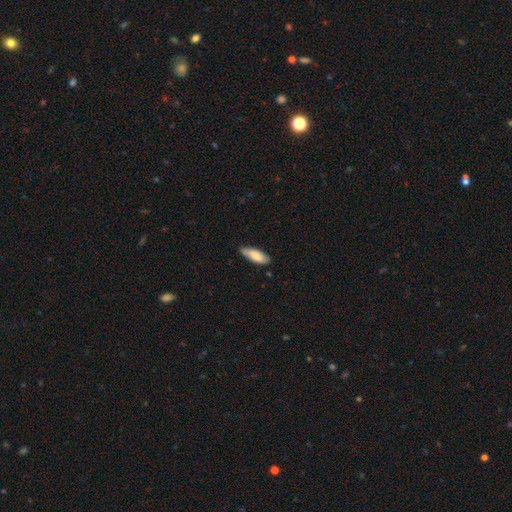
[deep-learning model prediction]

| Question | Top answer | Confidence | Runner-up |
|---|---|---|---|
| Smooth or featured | smooth | 81% | featured or disk (13%) |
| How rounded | in between | 66% | cigar-shaped (32%) |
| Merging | none | 74% | minor disturbance (22%) |